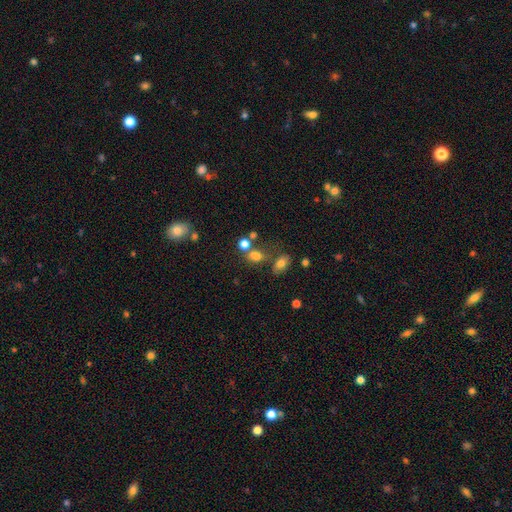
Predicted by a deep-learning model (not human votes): Overall: smooth (75%). How rounded: in between (57%; round 41%). Merging: none (51%; merger 28%).